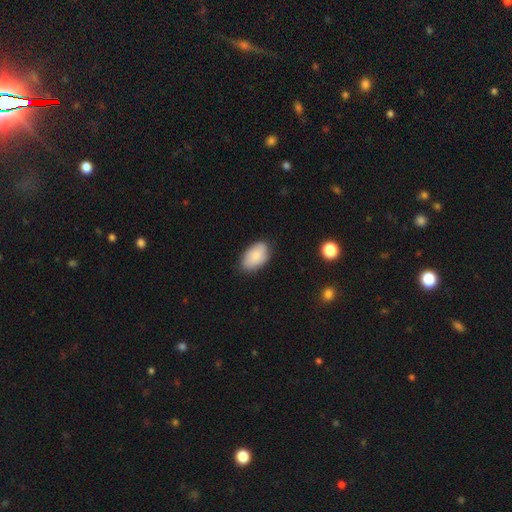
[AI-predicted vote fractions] smooth_or_featured: smooth (p=0.84) [alt: featured or disk p=0.10]
how_rounded: in between (p=0.92) [alt: round p=0.06]
merging: none (p=0.79) [alt: minor disturbance p=0.17]